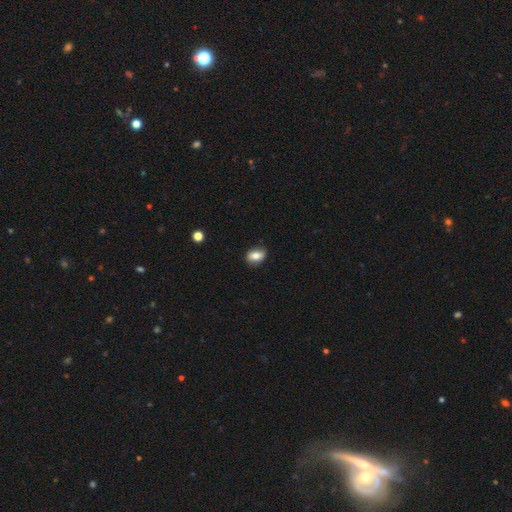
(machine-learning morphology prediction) type=smooth (80%); roundness=in between (79%); merging=none (82%).